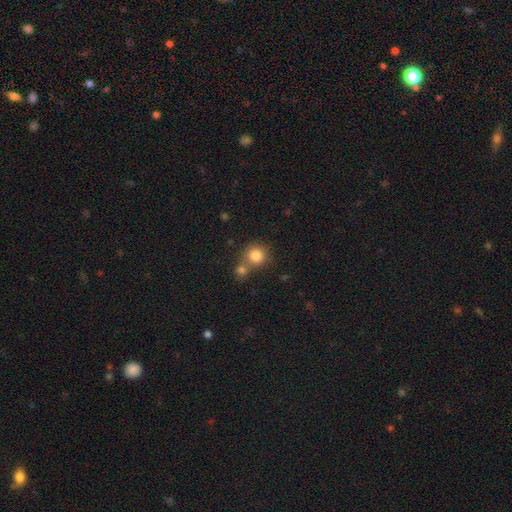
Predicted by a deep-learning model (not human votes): Smooth or featured: smooth — 83% (star or artifact — 10%)
How rounded: round — 89% (in between — 10%)
Merging: none — 54% (merger — 34%)